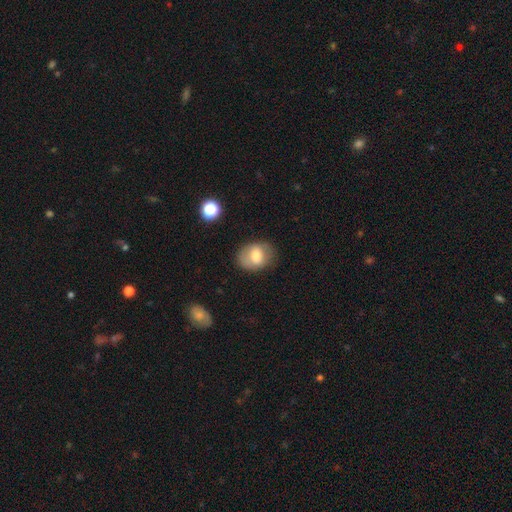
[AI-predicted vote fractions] Smooth or featured? smooth (68%)
How rounded? in between (66%)
Merging? none (72%)